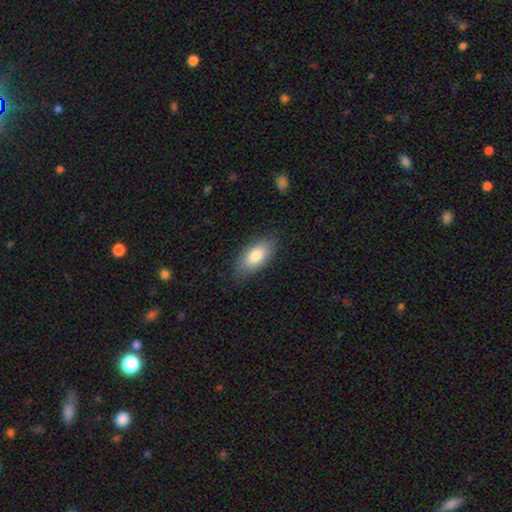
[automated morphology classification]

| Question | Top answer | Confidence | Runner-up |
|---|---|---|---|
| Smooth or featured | smooth | 80% | featured or disk (13%) |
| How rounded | in between | 90% | cigar-shaped (7%) |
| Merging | none | 81% | minor disturbance (14%) |